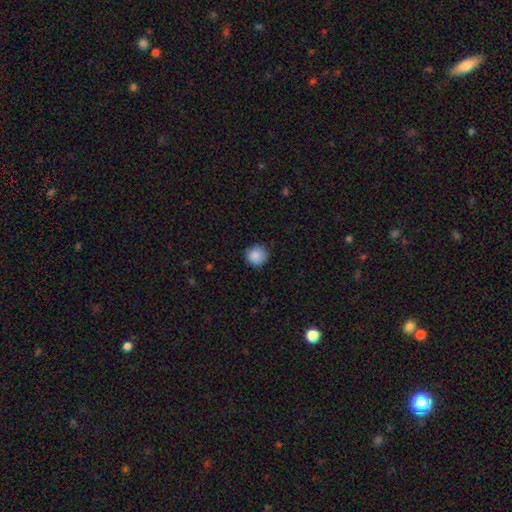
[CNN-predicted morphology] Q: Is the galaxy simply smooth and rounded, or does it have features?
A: smooth — 88%.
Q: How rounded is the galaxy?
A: round — 94%.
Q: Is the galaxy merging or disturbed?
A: none — 87%.